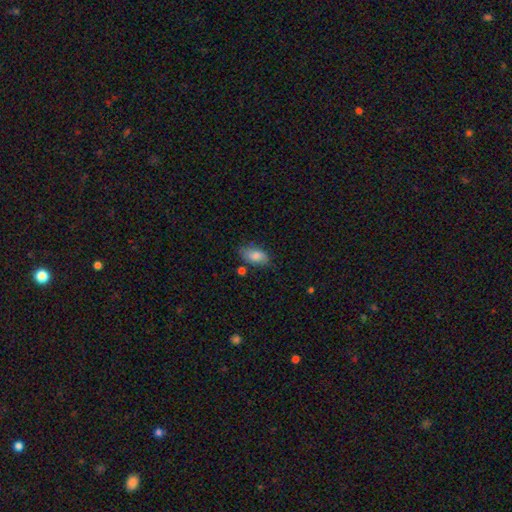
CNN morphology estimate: This is clearly a smooth galaxy (81%). How rounded: clearly in between (92%). Merging: likely none (72%).